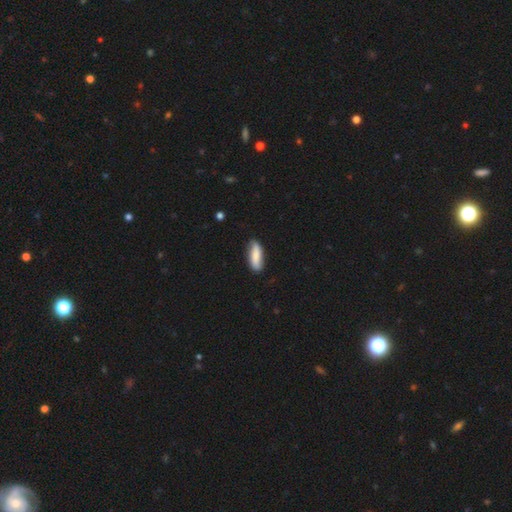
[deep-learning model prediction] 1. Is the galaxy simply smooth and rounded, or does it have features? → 77% smooth, 17% featured or disk, 6% star or artifact.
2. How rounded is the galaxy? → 60% in between, 38% cigar-shaped, 2% round.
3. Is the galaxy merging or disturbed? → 80% none, 16% minor disturbance, 3% major disturbance, 2% merger.